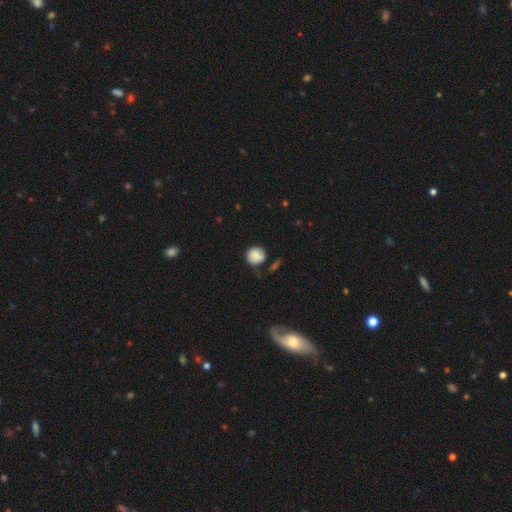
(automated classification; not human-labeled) A smooth galaxy with no disk features (84%) that is round (89%).

Vote fractions:
- Smooth or featured? smooth: 84% / star or artifact: 8% / featured or disk: 8%
- How rounded? round: 89% / in between: 10% / cigar-shaped: 1%
- Merging? none: 66% / minor disturbance: 22% / major disturbance: 7% / merger: 5%